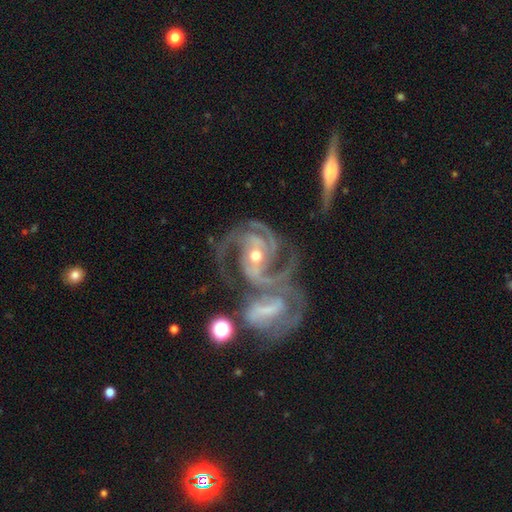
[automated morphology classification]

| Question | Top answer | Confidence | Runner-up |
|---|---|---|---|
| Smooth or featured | featured or disk | 92% | star or artifact (5%) |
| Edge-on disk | no | 97% | yes (3%) |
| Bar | no | 36% | weak (33%) |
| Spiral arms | yes | 98% | no (2%) |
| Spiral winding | tight | 53% | medium (41%) |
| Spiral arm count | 2 | 43% | 3 (31%) |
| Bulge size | moderate | 53% | small (42%) |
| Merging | merger | 46% | none (32%) |